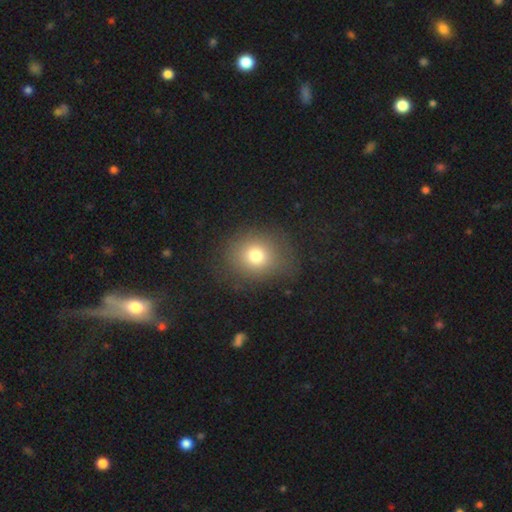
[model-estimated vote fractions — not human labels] This appears to be a smooth galaxy with no disk features (75%) that is round (78%). Merging: none (79%).